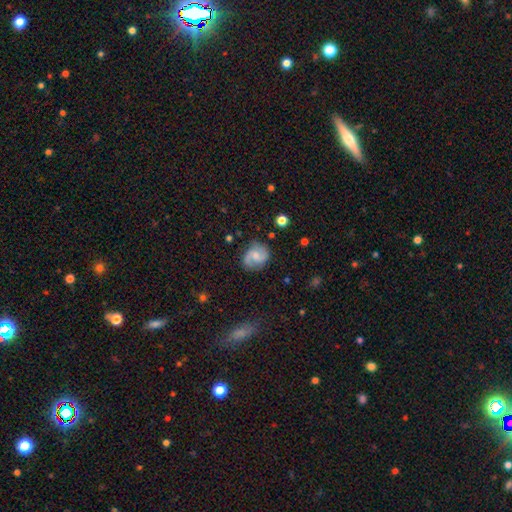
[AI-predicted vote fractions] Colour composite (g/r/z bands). It shows a featured or disk galaxy (68%) with no bar (48%), 2 (89%) medium (46%) spiral arms (94%) and a moderate central bulge (40%). Merging: none (77%).